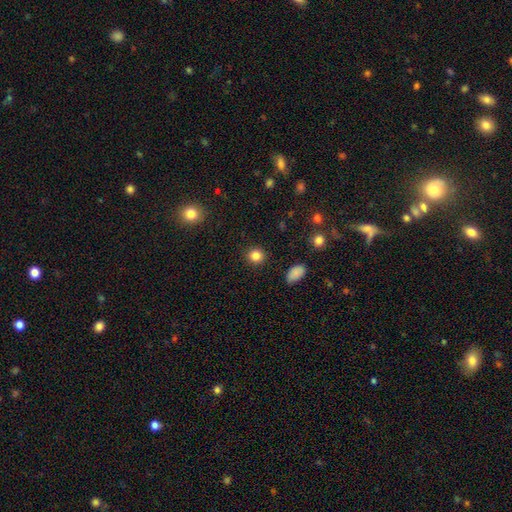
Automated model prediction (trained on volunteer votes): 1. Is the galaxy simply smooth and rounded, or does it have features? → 85% smooth, 11% star or artifact, 4% featured or disk.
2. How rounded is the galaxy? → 88% round, 11% in between, 1% cigar-shaped.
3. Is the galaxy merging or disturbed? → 91% none, 6% minor disturbance, 2% major disturbance, 1% merger.